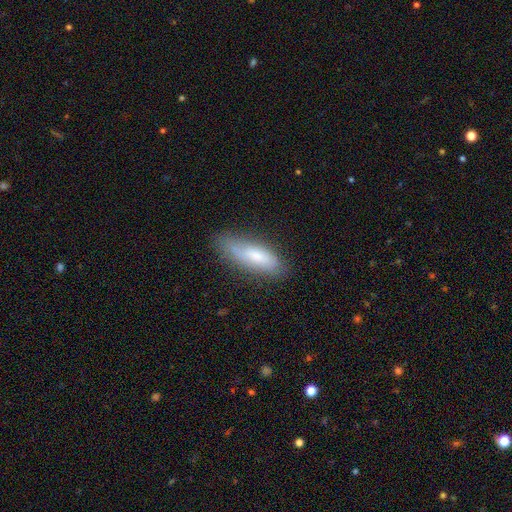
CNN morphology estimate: Smooth or featured: smooth — 67% (featured or disk — 26%)
How rounded: in between — 57% (cigar-shaped — 42%)
Merging: none — 65% (minor disturbance — 26%)